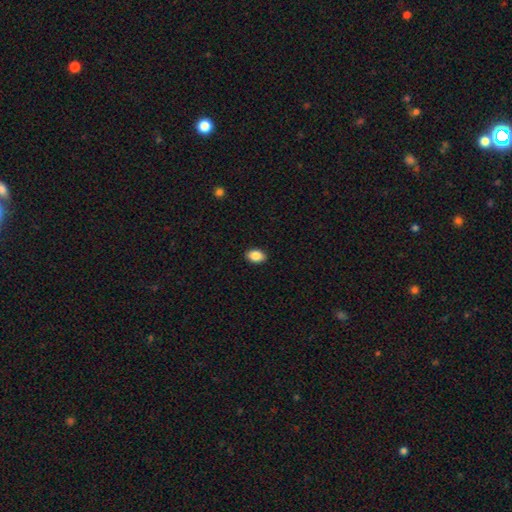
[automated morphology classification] A smooth galaxy with no disk features (88%) that is in between round and cigar-shaped (83%).

Vote fractions:
- Smooth or featured? smooth: 88% / star or artifact: 8% / featured or disk: 5%
- How rounded? in between: 83% / round: 15% / cigar-shaped: 1%
- Merging? none: 90% / minor disturbance: 7% / major disturbance: 2% / merger: 1%